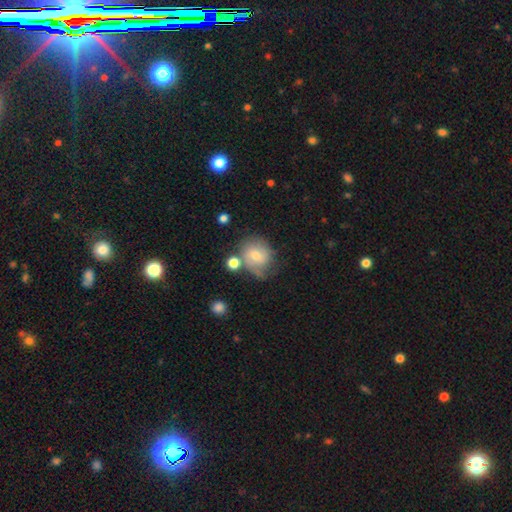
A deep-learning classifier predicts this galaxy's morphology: The model was most divided on "smooth or featured": smooth: 46%, featured or disk: 45%, star or artifact: 9%. More confident: merging — none (50%).